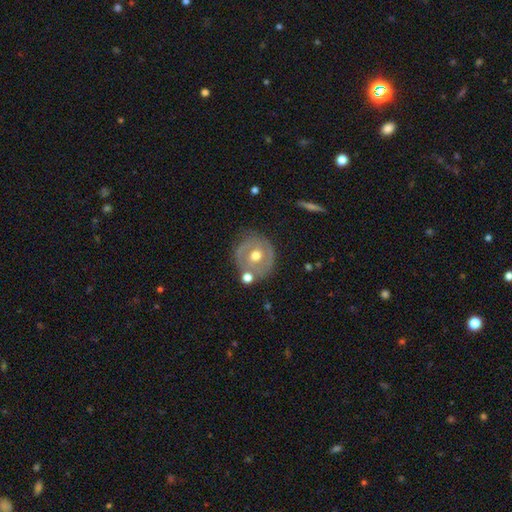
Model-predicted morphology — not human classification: A featured or disk galaxy (56%) with no bar (76%), no spiral arms (66%) and a moderate central bulge (80%).

Vote fractions:
- Smooth or featured? featured or disk: 56% / smooth: 37% / star or artifact: 7%
- Edge-on disk? no: 95% / yes: 5%
- Bar? no: 76% / weak: 19% / strong: 6%
- Spiral arms? no: 66% / yes: 34%
- Bulge size? moderate: 80% / small: 11% / large: 7% / none: 1% / dominant: 1%
- Merging? none: 68% / minor disturbance: 16% / merger: 10% / major disturbance: 6%